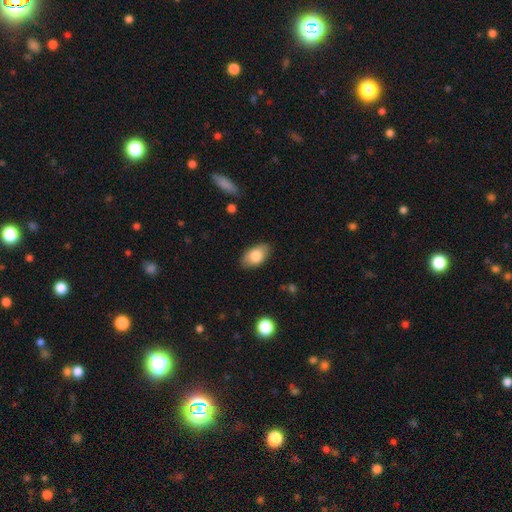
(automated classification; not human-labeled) Q: Smooth or featured?
A: smooth (82%); runner-up: featured or disk (11%)
Q: How rounded?
A: in between (92%); runner-up: round (6%)
Q: Merging?
A: none (84%); runner-up: minor disturbance (13%)